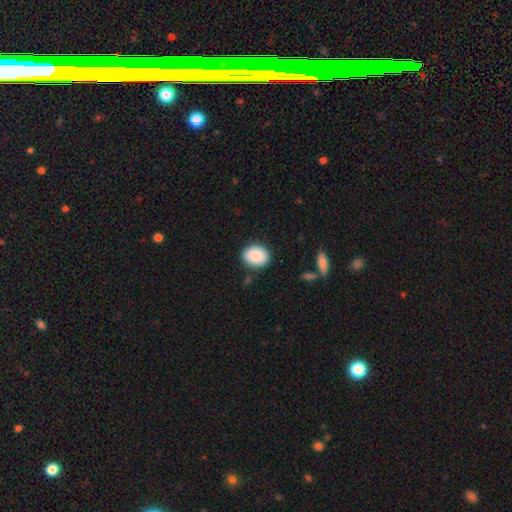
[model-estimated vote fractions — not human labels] Smooth or featured? smooth (90%)
How rounded? in between (67%)
Merging? none (86%)